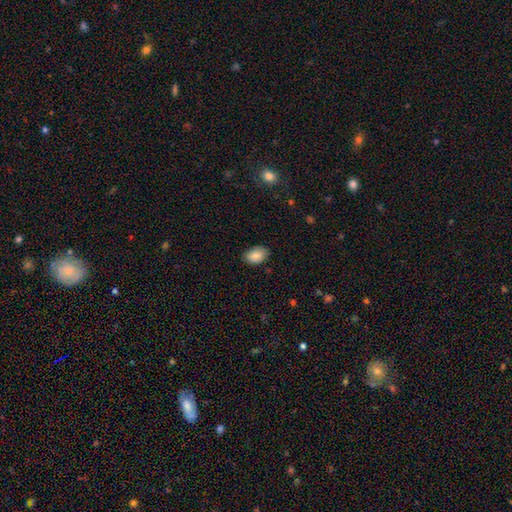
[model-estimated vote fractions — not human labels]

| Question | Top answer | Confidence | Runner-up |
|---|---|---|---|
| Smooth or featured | smooth | 86% | star or artifact (7%) |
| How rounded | in between | 89% | round (10%) |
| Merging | none | 83% | minor disturbance (14%) |